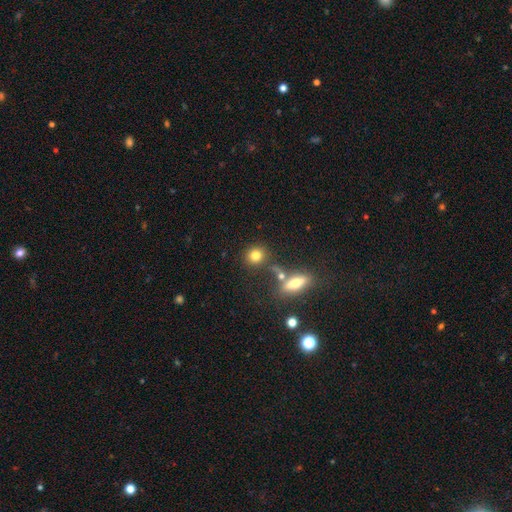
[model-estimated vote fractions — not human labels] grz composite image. It shows a smooth galaxy with no disk features (80%) that is round (80%). Merging: none (73%).